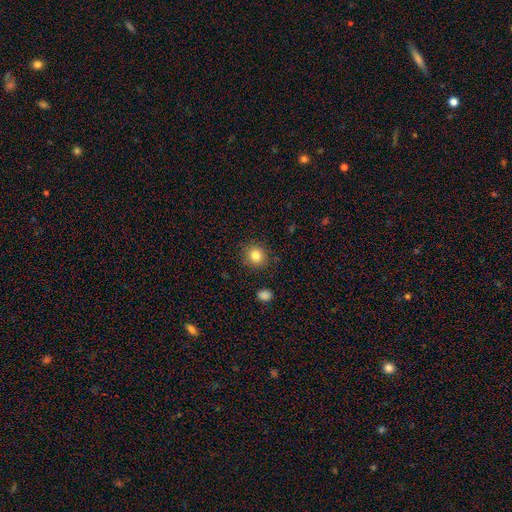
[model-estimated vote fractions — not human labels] This appears to be a smooth galaxy with no disk features (83%) that is round (87%). Merging: none (88%).